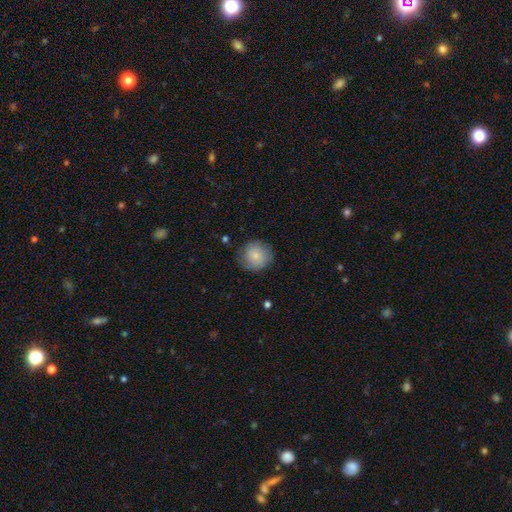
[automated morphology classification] Smooth or featured? Predicted: smooth (p=0.78). How rounded? Predicted: round (p=0.92). Merging? Predicted: none (p=0.80).